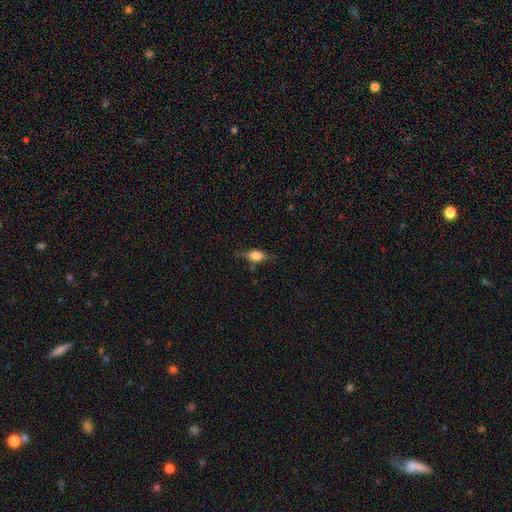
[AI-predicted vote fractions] Smooth or featured? Predicted: smooth (p=0.56). How rounded? Predicted: in between (p=0.70). Merging? Predicted: none (p=0.66).